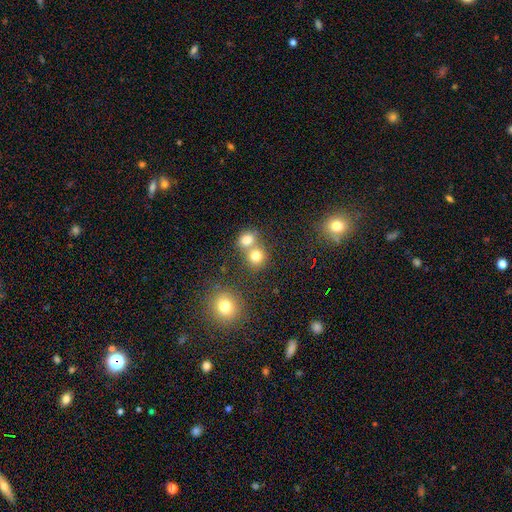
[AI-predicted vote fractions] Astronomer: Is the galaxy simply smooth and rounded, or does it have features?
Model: smooth — 78%.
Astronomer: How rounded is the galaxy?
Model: round — 80%.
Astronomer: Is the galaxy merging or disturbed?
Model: none — 46% (runner-up: merger, 45%).